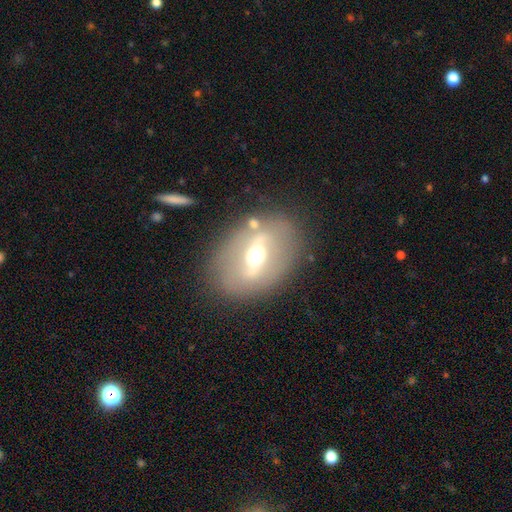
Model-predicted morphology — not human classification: type=featured or disk (68%); edge-on=no (83%); bar=strong (55%); spiral arms=no (72%); bulge=moderate (71%); merging=none (79%).